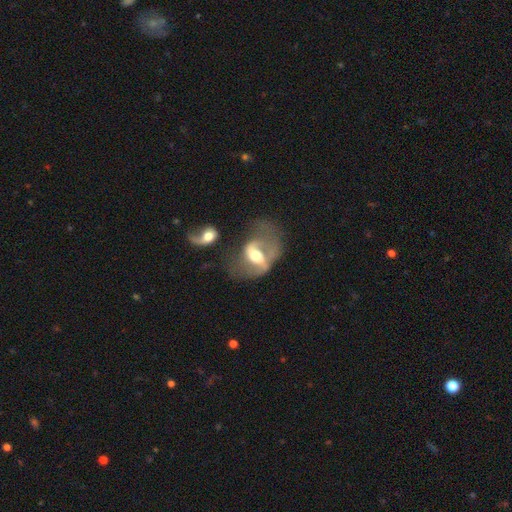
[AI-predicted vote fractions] smooth_or_featured: featured or disk (p=0.74) [alt: smooth p=0.19]
disk_edge_on: no (p=0.95) [alt: yes p=0.05]
bar: strong (p=0.38) [tied with: weak p=0.38]
has_spiral_arms: yes (p=0.74) [alt: no p=0.26]
spiral_winding: loose (p=0.53) [alt: medium p=0.36]
spiral_arm_count: 2 (p=0.71) [alt: 1 p=0.15]
bulge_size: moderate (p=0.65) [alt: large p=0.21]
merging: major disturbance (p=0.37) [alt: none p=0.29]